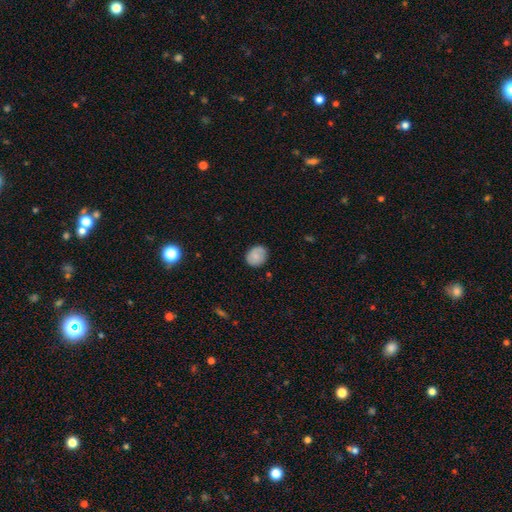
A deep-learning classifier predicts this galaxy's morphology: Q: Smooth or featured?
A: smooth (72%); runner-up: featured or disk (21%)
Q: How rounded?
A: round (56%); runner-up: in between (43%)
Q: Merging?
A: none (79%); runner-up: minor disturbance (17%)